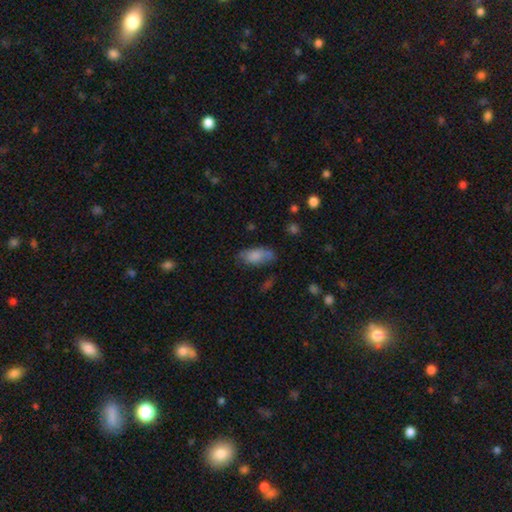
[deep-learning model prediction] A smooth galaxy with no disk features (80%) that is in between round and cigar-shaped (88%). Merging: none (61%).